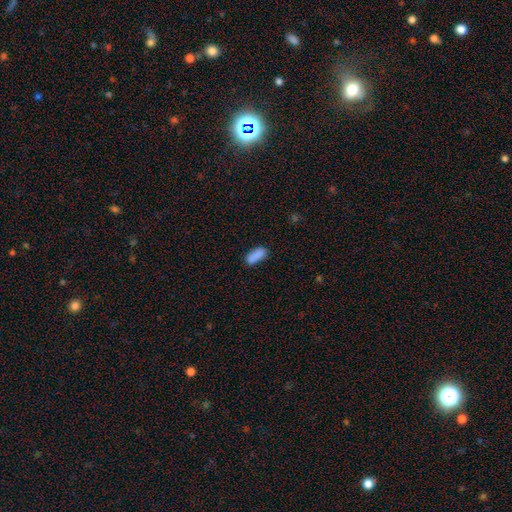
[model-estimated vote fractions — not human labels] smooth-or-featured: smooth: 86% | star or artifact: 8% | featured or disk: 6%
  how-rounded: in between: 81% | cigar-shaped: 16% | round: 3%
  merging: none: 68% | minor disturbance: 19% | merger: 8% | major disturbance: 5%